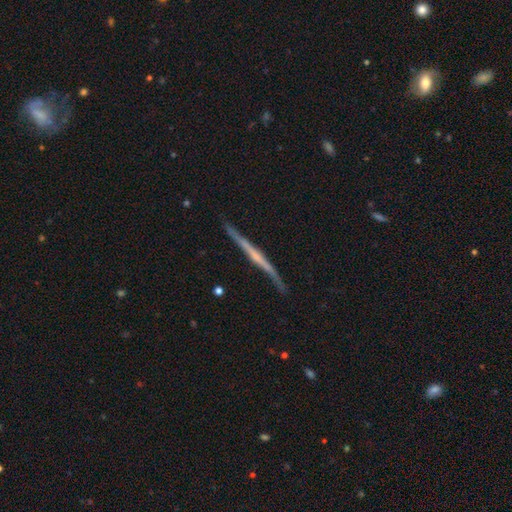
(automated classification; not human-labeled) A featured or disk galaxy (76%) viewed edge-on (97%) with no central bulge (52%).

Vote fractions:
- Smooth or featured? featured or disk: 76% / smooth: 18% / star or artifact: 6%
- Edge-on disk? yes: 97% / no: 3%
- Edge-on bulge? none: 52% / rounded: 34% / boxy: 13%
- Merging? none: 84% / minor disturbance: 12% / major disturbance: 2% / merger: 2%